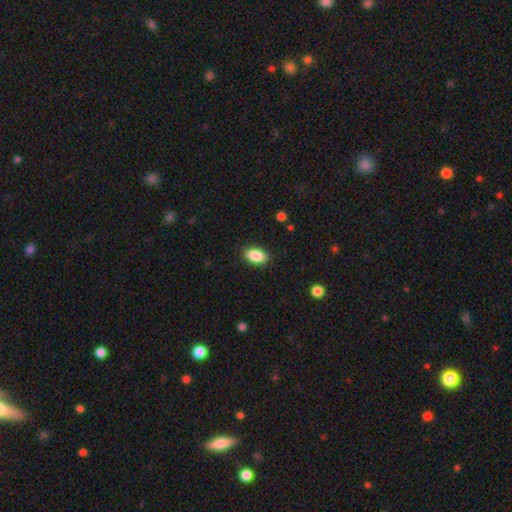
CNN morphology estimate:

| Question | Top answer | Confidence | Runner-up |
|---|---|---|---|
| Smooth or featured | smooth | 88% | star or artifact (7%) |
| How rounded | in between | 92% | round (6%) |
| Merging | none | 88% | minor disturbance (9%) |